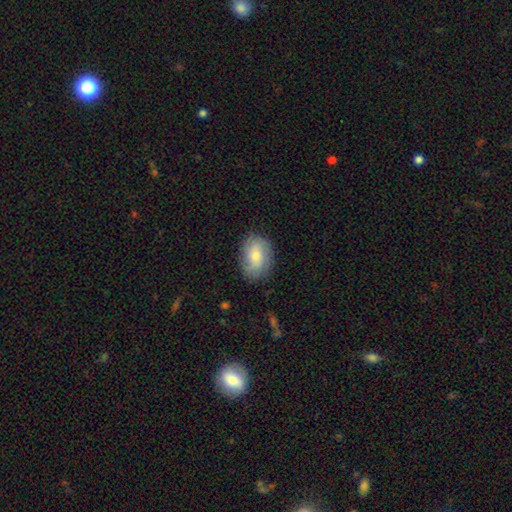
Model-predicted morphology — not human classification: smooth 63%, featured or disk 30%, star or artifact 7%. Down the decision tree: how rounded — in between (80%); merging — none (78%).